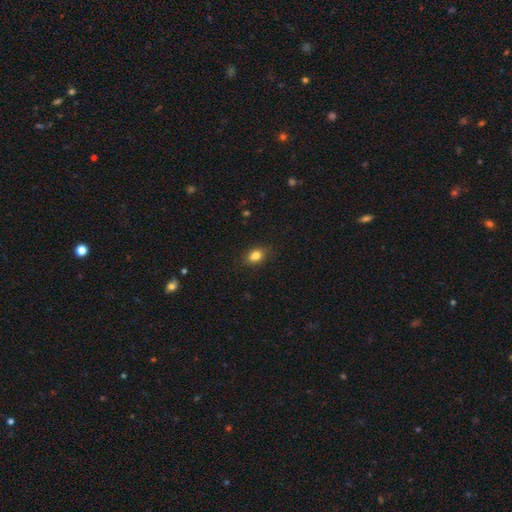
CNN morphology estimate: The model was most divided on "how rounded": in between: 75%, round: 22%, cigar-shaped: 3%. More confident: smooth or featured — smooth (82%); merging — none (82%).